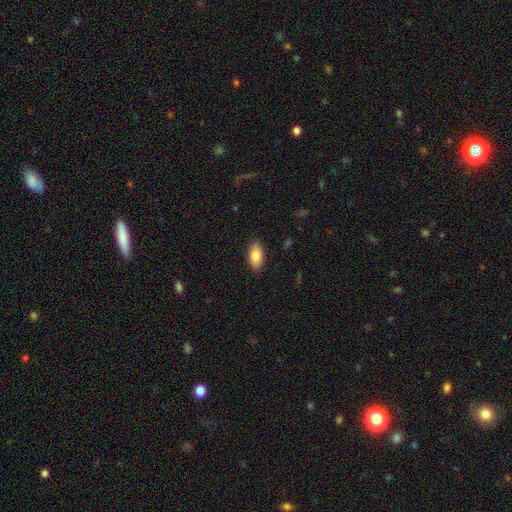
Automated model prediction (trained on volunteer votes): A smooth galaxy with no disk features (86%) that is in between round and cigar-shaped (91%). Merging: none (88%).